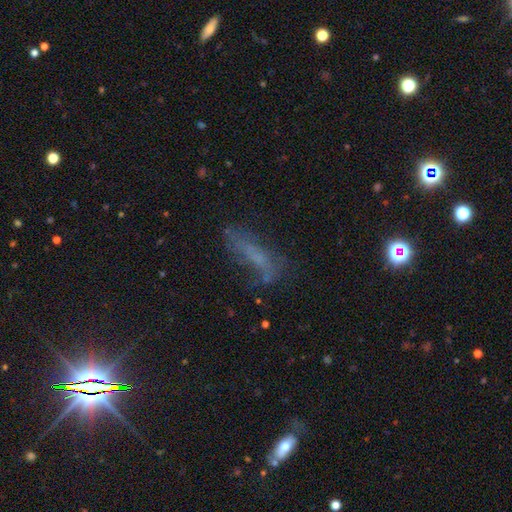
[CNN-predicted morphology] smooth_or_featured: smooth (p=0.38) [alt: featured or disk p=0.37]
merging: none (p=0.53) [alt: minor disturbance p=0.25]